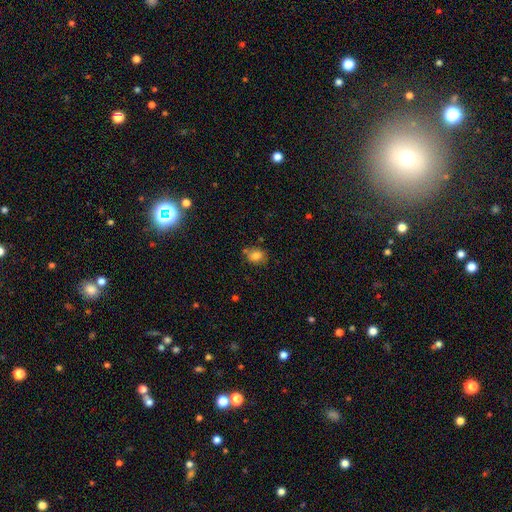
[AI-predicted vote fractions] Smooth or featured? smooth (79%)
How rounded? in between (56%)
Merging? none (64%)